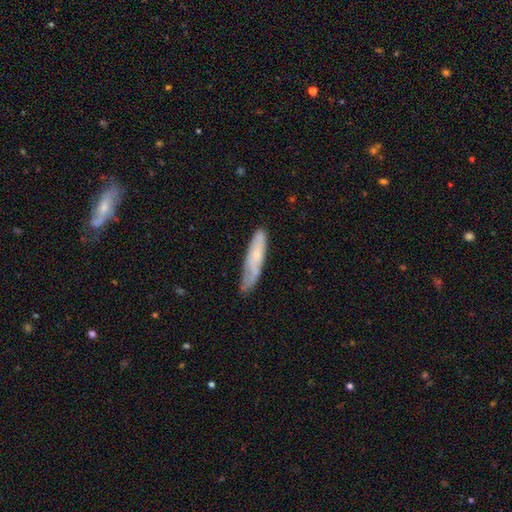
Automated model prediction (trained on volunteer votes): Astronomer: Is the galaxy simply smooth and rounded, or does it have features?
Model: smooth — 47% (runner-up: featured or disk, 45%).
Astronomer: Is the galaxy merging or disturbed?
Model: none — 65%.